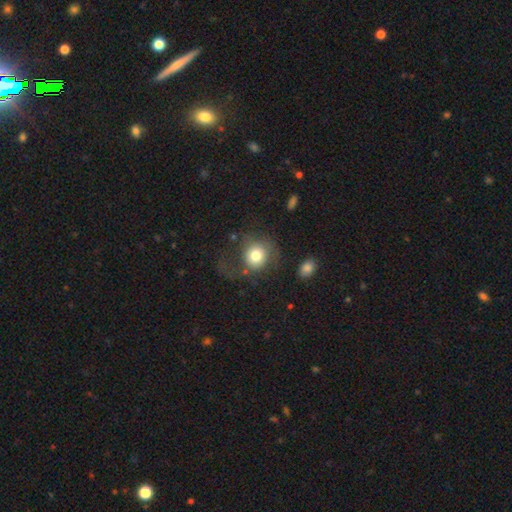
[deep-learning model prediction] Overall: smooth (74%). How rounded: round (82%). Merging: none (45%; major disturbance 32%).